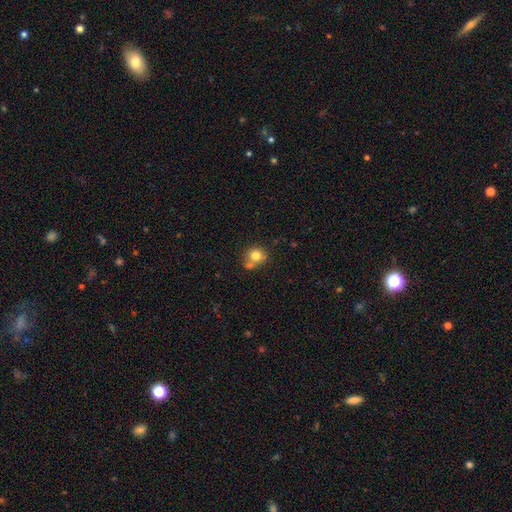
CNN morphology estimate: smooth_or_featured: smooth (p=0.78) [alt: featured or disk p=0.11]
how_rounded: round (p=0.81) [alt: in between p=0.18]
merging: none (p=0.54) [alt: merger p=0.29]